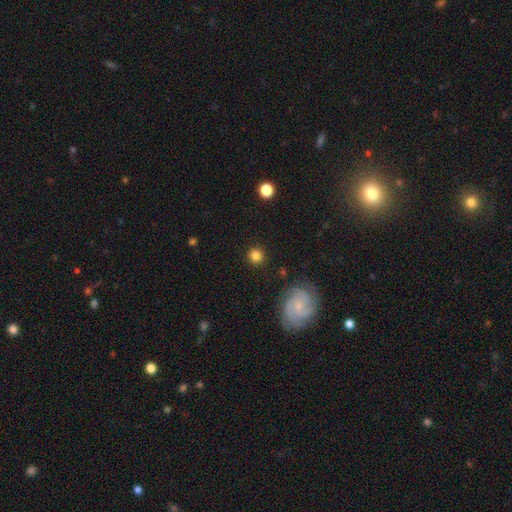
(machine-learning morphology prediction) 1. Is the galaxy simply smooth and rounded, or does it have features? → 82% smooth, 10% star or artifact, 8% featured or disk.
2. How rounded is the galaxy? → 93% round, 6% in between, 1% cigar-shaped.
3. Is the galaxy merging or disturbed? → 89% none, 6% minor disturbance, 3% major disturbance, 2% merger.